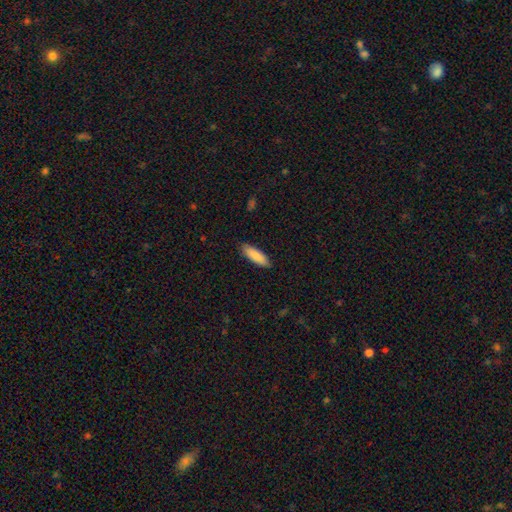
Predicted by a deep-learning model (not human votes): Smooth or featured: smooth — 88% (featured or disk — 7%)
How rounded: cigar-shaped — 52% (in between — 46%)
Merging: none — 88% (minor disturbance — 9%)